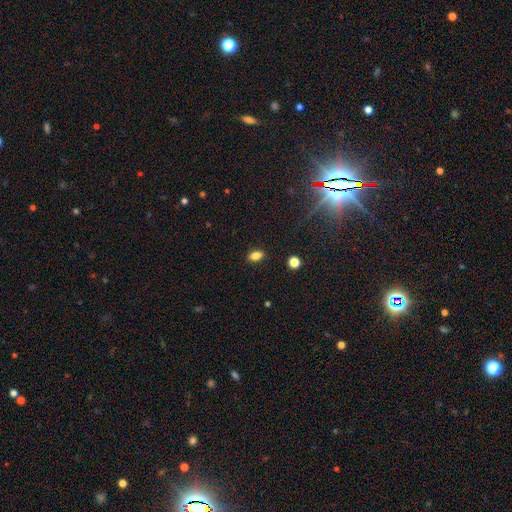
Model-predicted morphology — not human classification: The model was most divided on "smooth or featured": smooth: 82%, star or artifact: 11%, featured or disk: 7%. More confident: merging — none (88%); how rounded — in between (85%).